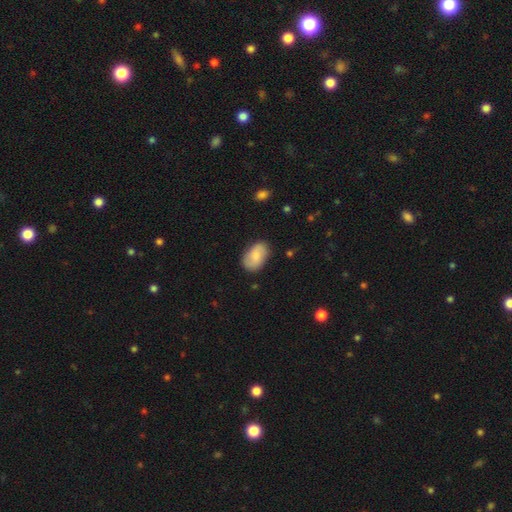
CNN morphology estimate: This appears to be a smooth galaxy with no disk features (68%) that is in between round and cigar-shaped (91%). Merging: none (80%).